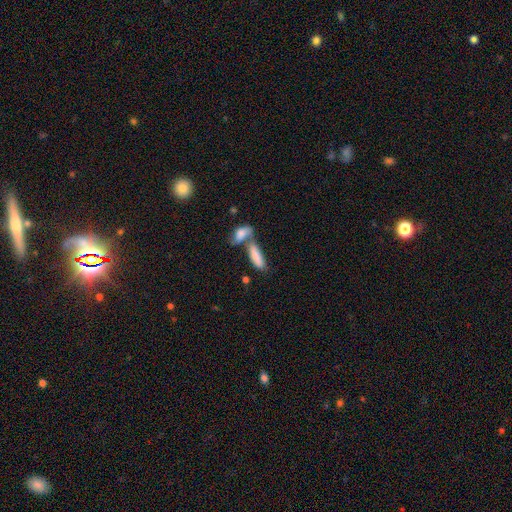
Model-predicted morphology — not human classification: Overall: smooth (76%). How rounded: in between (56%; cigar-shaped 42%). Merging: merger (51%; none 33%).